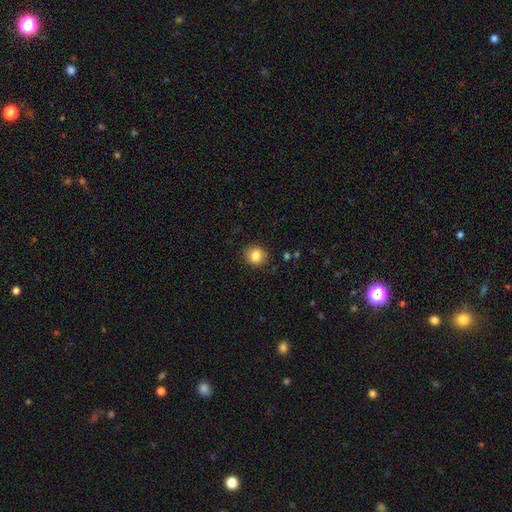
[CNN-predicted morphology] smooth_or_featured: smooth (p=0.84) [alt: star or artifact p=0.10]
how_rounded: round (p=0.84) [alt: in between p=0.15]
merging: none (p=0.89) [alt: minor disturbance p=0.08]